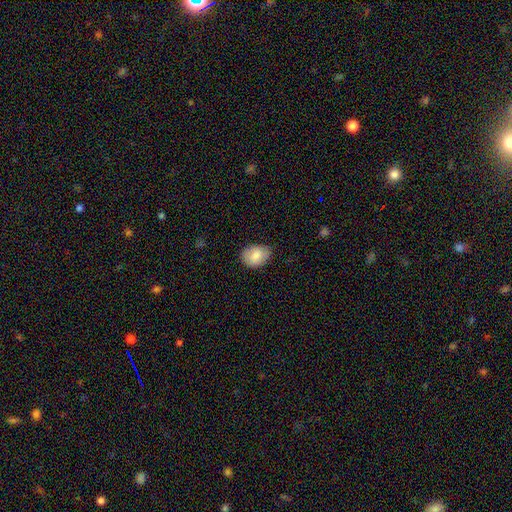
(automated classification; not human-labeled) Smooth or featured?
  - smooth: 78% *
  - featured or disk: 15%
  - star or artifact: 7%
How rounded?
  - in between: 69% *
  - round: 30%
  - cigar-shaped: 1%
Merging?
  - none: 71% *
  - minor disturbance: 24%
  - major disturbance: 4%
  - merger: 1%